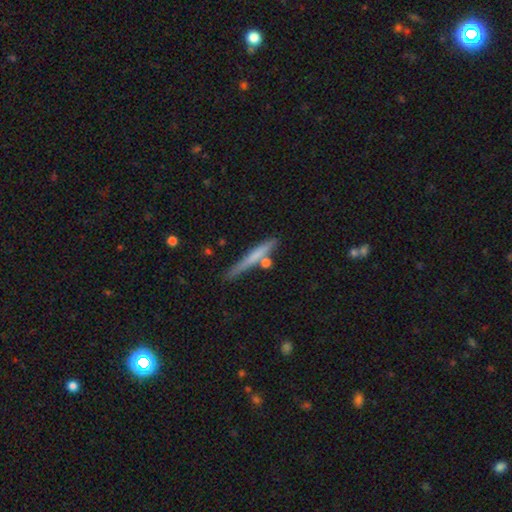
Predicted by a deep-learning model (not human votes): smooth-or-featured: smooth: 59% | featured or disk: 35% | star or artifact: 6%
  how-rounded: cigar-shaped: 95% | in between: 3% | round: 2%
  merging: none: 74% | minor disturbance: 14% | merger: 9% | major disturbance: 3%